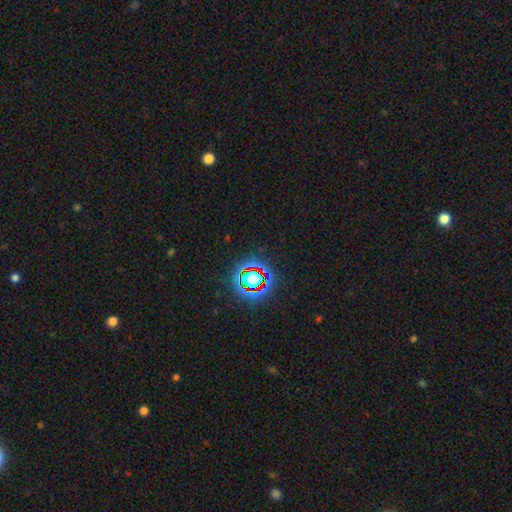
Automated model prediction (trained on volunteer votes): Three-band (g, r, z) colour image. It shows a star or artifact, not a galaxy (79%).